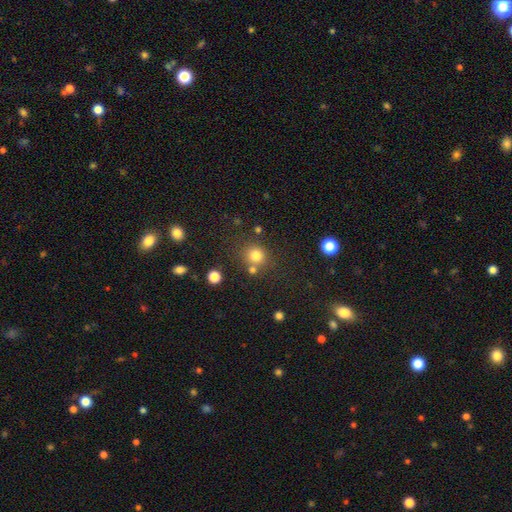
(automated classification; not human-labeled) This appears to be a smooth galaxy with no disk features (78%) that is round (88%). Merging: none (70%).